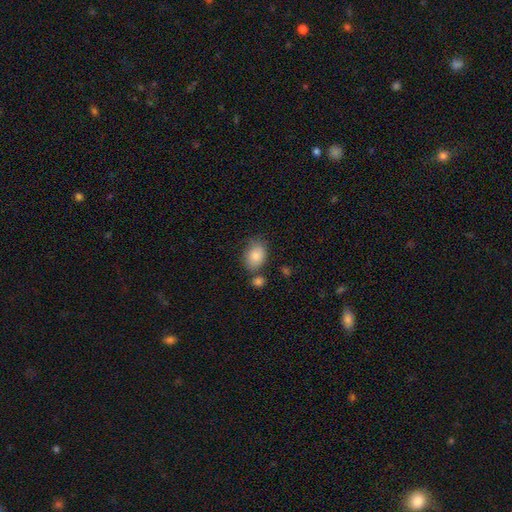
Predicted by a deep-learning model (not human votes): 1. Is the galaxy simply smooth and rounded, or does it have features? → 84% smooth, 8% featured or disk, 8% star or artifact.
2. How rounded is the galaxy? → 77% in between, 22% round, 1% cigar-shaped.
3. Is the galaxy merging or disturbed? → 66% none, 18% minor disturbance, 12% merger, 4% major disturbance.